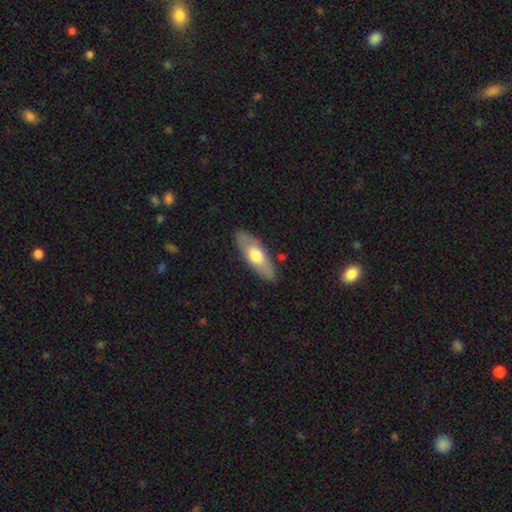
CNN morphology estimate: This appears to be a smooth galaxy with no disk features (61%) that is in between round and cigar-shaped (68%). Merging: none (84%).